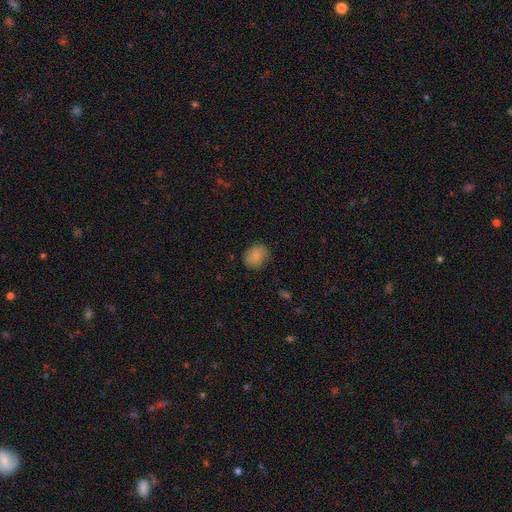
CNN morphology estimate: A smooth galaxy with no disk features (83%) that is round (59%).

Vote fractions:
- Smooth or featured? smooth: 83% / featured or disk: 9% / star or artifact: 8%
- How rounded? round: 59% / in between: 40% / cigar-shaped: 1%
- Merging? none: 76% / minor disturbance: 18% / major disturbance: 5% / merger: 1%